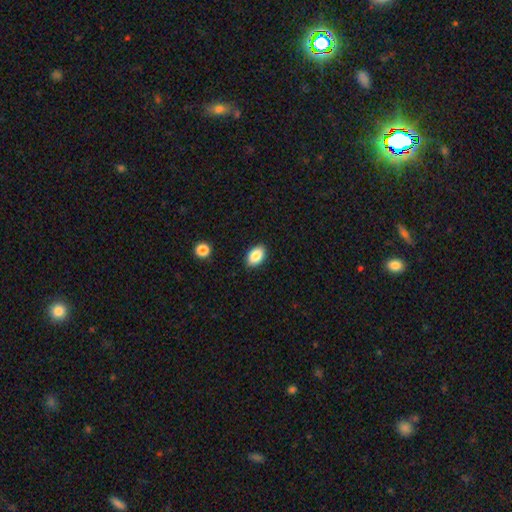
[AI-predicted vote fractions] Q: Smooth or featured?
A: smooth (87%); runner-up: star or artifact (8%)
Q: How rounded?
A: in between (90%); runner-up: round (9%)
Q: Merging?
A: none (88%); runner-up: minor disturbance (9%)